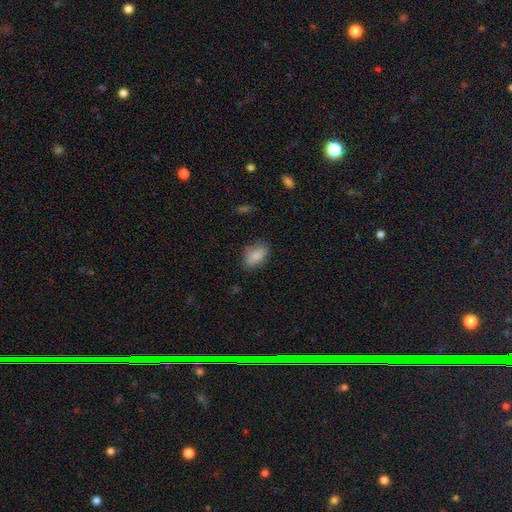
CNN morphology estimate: Overall: smooth (82%). How rounded: in between (86%). Merging: none (73%).